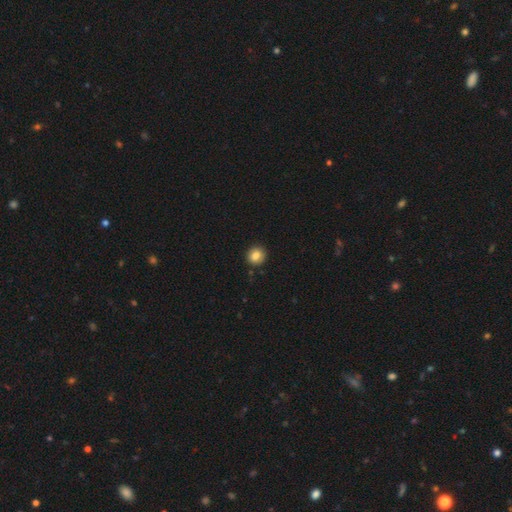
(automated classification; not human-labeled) smooth_or_featured: smooth (p=0.84) [alt: star or artifact p=0.10]
how_rounded: round (p=0.85) [alt: in between p=0.14]
merging: none (p=0.89) [alt: minor disturbance p=0.07]